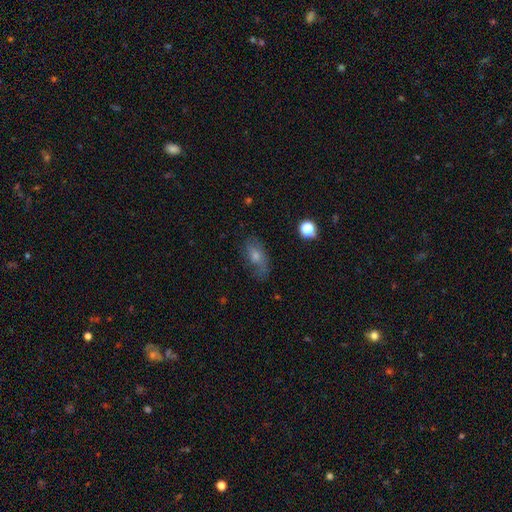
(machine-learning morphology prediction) A smooth galaxy with no disk features (43%).

Vote fractions:
- Smooth or featured? smooth: 43% / featured or disk: 40% / star or artifact: 17%
- Merging? none: 66% / minor disturbance: 22% / major disturbance: 10% / merger: 2%